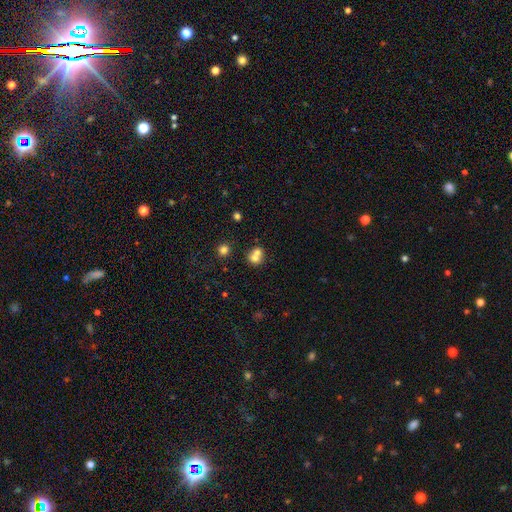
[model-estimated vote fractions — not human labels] smooth-or-featured: smooth: 68% | featured or disk: 19% | star or artifact: 13%
  how-rounded: round: 77% | in between: 22% | cigar-shaped: 1%
  merging: merger: 58% | none: 33% | minor disturbance: 6% | major disturbance: 3%